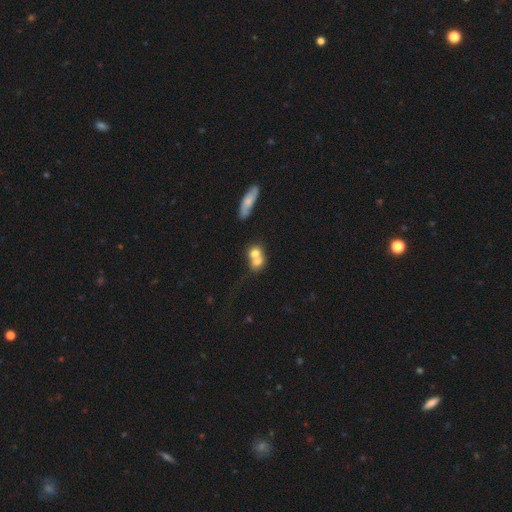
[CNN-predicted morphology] Smooth or featured? Predicted: smooth (p=0.68). How rounded? Predicted: round (p=0.61). Merging? Predicted: merger (p=0.64).